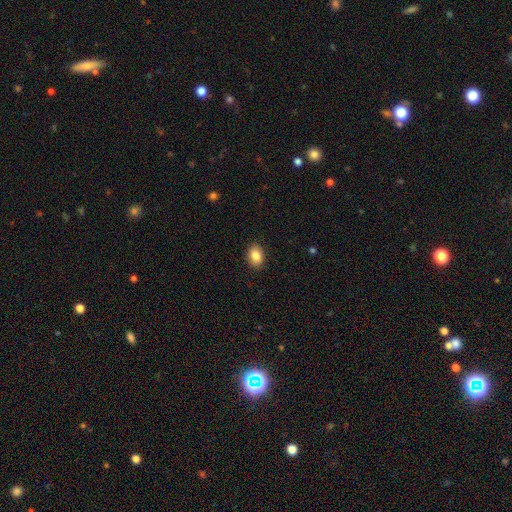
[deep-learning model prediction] Smooth or featured? Predicted: smooth (p=0.86). How rounded? Predicted: in between (p=0.77). Merging? Predicted: none (p=0.89).